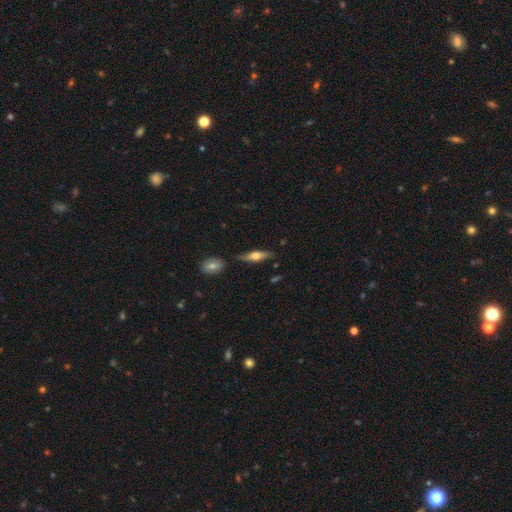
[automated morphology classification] Smooth or featured?
  - featured or disk: 50% *
  - smooth: 43%
  - star or artifact: 6%
Edge-on disk?
  - yes: 91% *
  - no: 9%
Merging?
  - none: 78% *
  - minor disturbance: 14%
  - merger: 5%
  - major disturbance: 3%